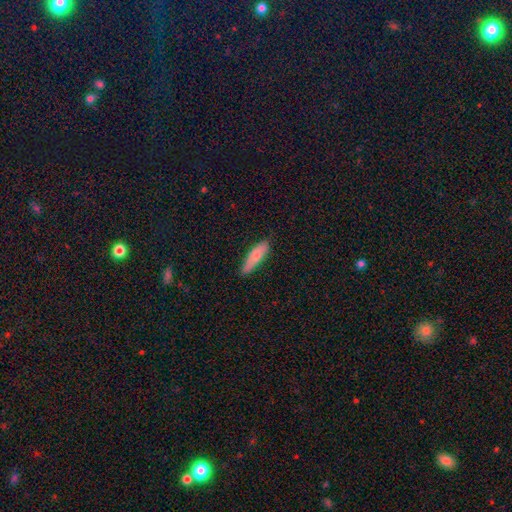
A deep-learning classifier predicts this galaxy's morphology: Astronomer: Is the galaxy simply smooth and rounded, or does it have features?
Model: smooth — 76%.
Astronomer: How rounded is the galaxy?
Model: cigar-shaped — 63%.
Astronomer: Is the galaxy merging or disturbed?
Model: none — 76%.